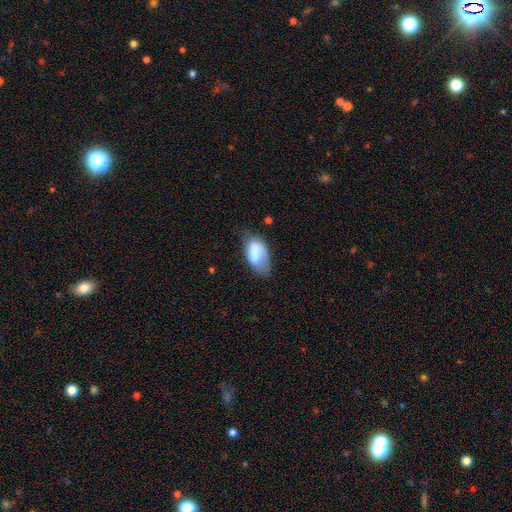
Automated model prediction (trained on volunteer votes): The model was most divided on "merging": none: 46%, minor disturbance: 35%, major disturbance: 15%, merger: 4%. More confident: how rounded — in between (94%); smooth or featured — smooth (75%).